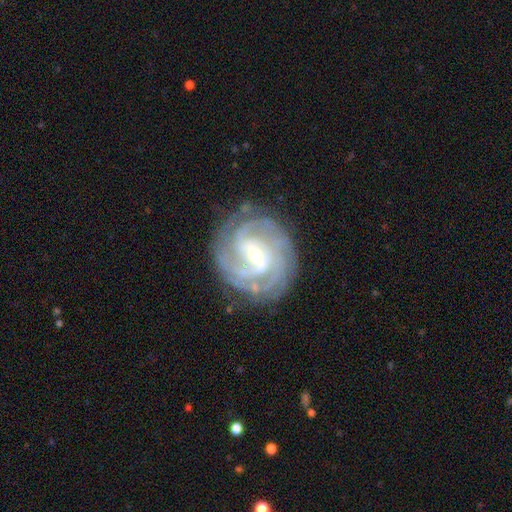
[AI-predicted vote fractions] Smooth or featured: featured or disk — 90% (smooth — 5%)
Edge-on disk: no — 98% (yes — 2%)
Bar: weak — 52% (strong — 28%)
Spiral arms: yes — 98% (no — 2%)
Spiral winding: tight — 70% (medium — 26%)
Spiral arm count: 3 — 27% (4 — 22%)
Bulge size: small — 52% (moderate — 44%)
Merging: none — 80% (minor disturbance — 14%)